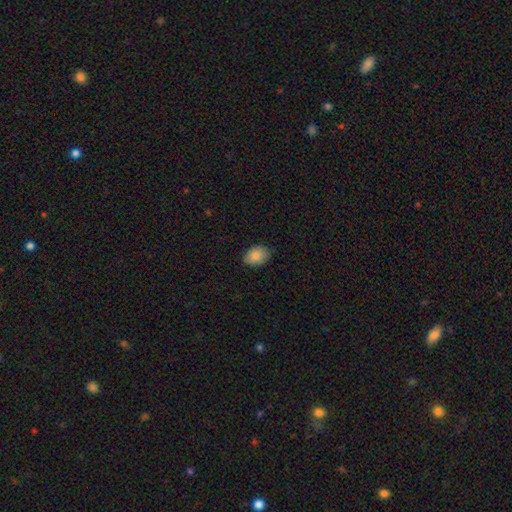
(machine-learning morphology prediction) type=smooth (84%); roundness=in between (77%); merging=none (82%).